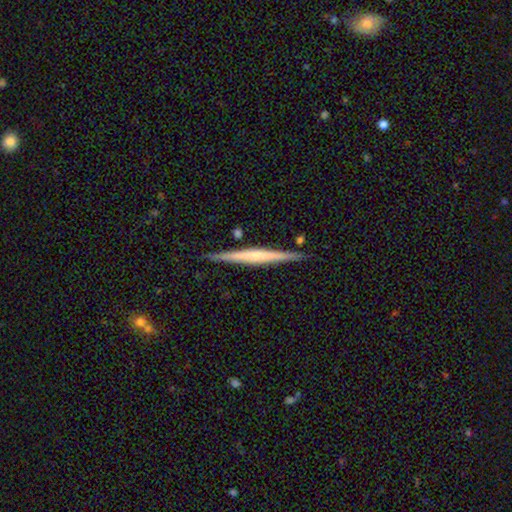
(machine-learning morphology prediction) Smooth or featured?
  - featured or disk: 65% *
  - smooth: 29%
  - star or artifact: 6%
Edge-on disk?
  - yes: 98% *
  - no: 2%
Edge-on bulge?
  - rounded: 45% *
  - none: 44%
  - boxy: 11%
Merging?
  - none: 88% *
  - minor disturbance: 8%
  - merger: 2%
  - major disturbance: 1%